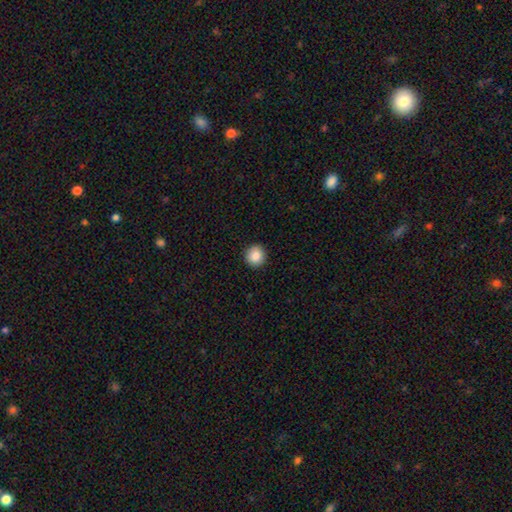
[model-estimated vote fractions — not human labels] smooth 85%, star or artifact 9%, featured or disk 6%. Down the decision tree: how rounded — round (94%); merging — none (93%).